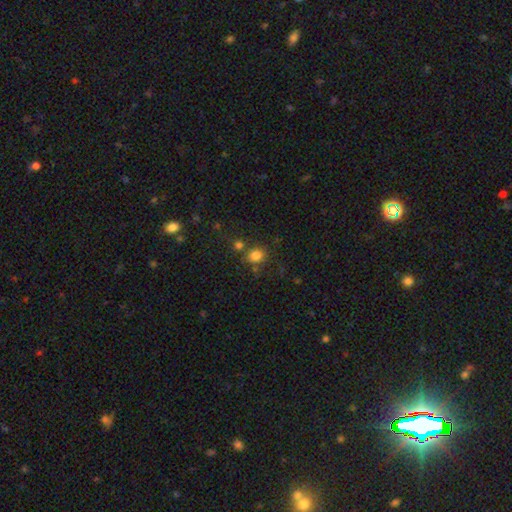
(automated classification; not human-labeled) This is clearly a smooth galaxy (80%). How rounded: likely round (72%). Merging: likely none (70%).